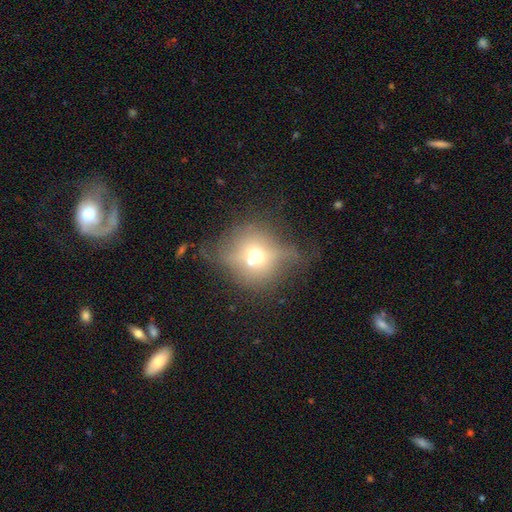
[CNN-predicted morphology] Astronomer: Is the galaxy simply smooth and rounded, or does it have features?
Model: smooth — 51% (runner-up: featured or disk, 33%).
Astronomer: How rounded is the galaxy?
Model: round — 86%.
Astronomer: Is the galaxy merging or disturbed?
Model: none — 46% (runner-up: minor disturbance, 22%).